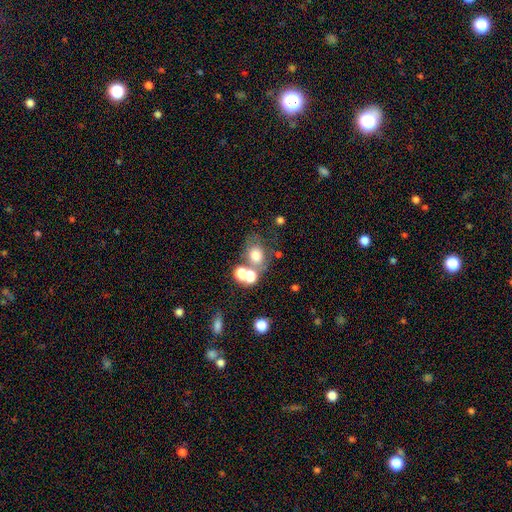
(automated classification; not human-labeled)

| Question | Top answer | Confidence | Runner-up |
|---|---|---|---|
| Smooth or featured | smooth | 65% | featured or disk (19%) |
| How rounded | round | 56% | in between (43%) |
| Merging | none | 44% | merger (34%) |